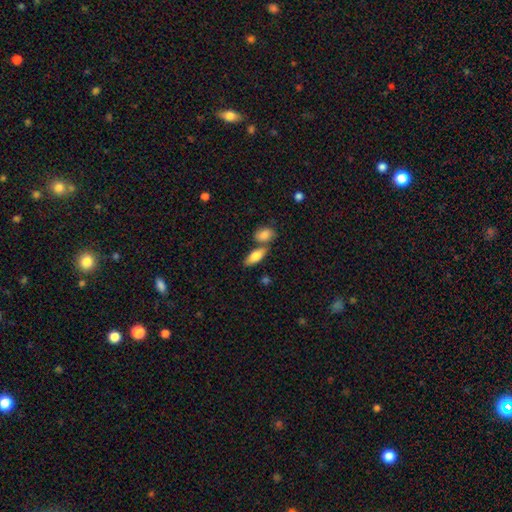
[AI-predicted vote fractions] smooth 77%, featured or disk 16%, star or artifact 6%. Down the decision tree: how rounded — in between (79%); merging — none (56%).